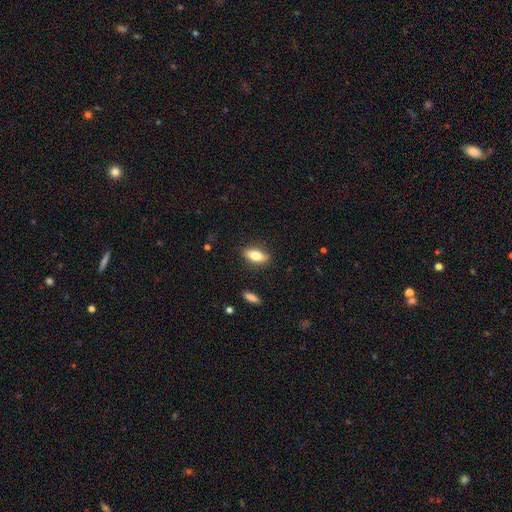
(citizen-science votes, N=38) Smooth or featured? 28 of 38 (74%) said smooth. How rounded? 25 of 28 (89%) said in between. Merging? 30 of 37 (81%) said none.